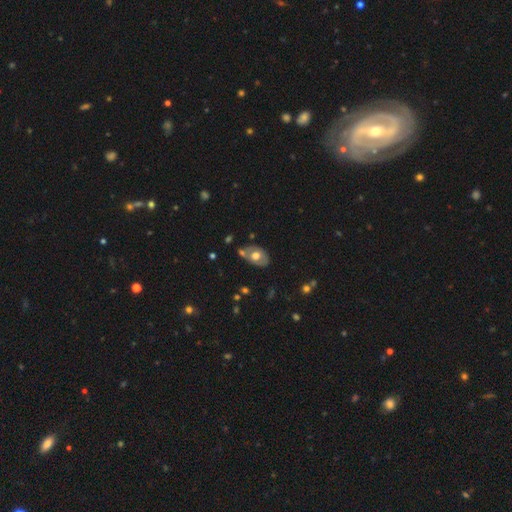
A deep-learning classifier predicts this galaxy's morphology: smooth 55%, featured or disk 38%, star or artifact 7%. Down the decision tree: how rounded — in between (83%); merging — none (58%).